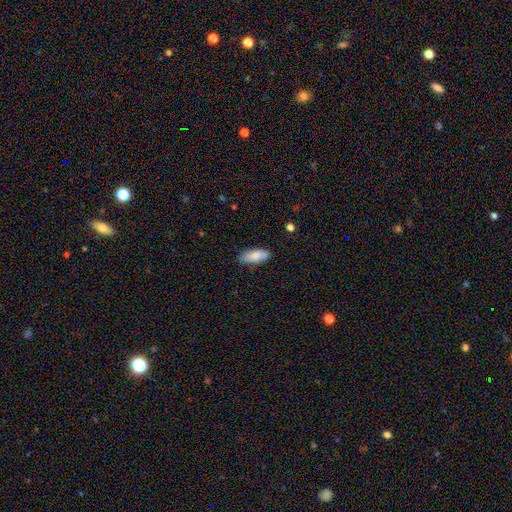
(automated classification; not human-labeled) The model was most divided on "how rounded": in between: 79%, cigar-shaped: 19%, round: 2%. More confident: smooth or featured — smooth (86%); merging — none (82%).